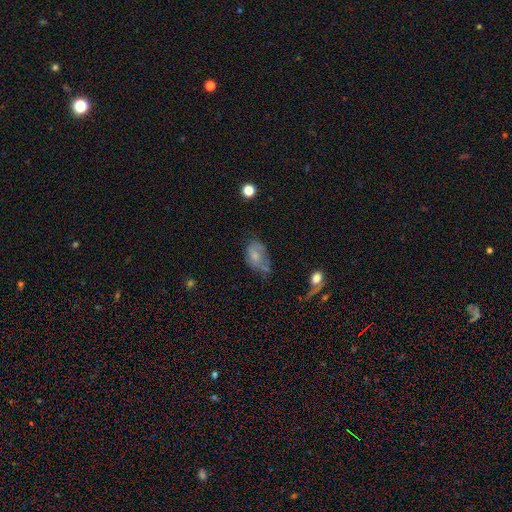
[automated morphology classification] Smooth or featured: smooth — 56% (featured or disk — 34%)
How rounded: in between — 85% (round — 13%)
Merging: minor disturbance — 34% (tied with none — 34%)